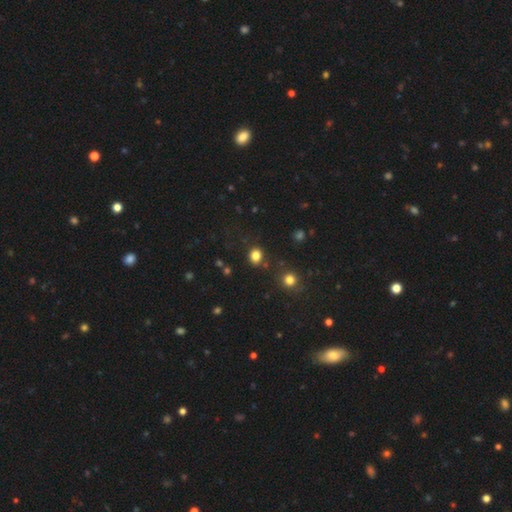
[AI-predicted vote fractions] A smooth galaxy with no disk features (81%) that is round (67%).

Vote fractions:
- Smooth or featured? smooth: 81% / star or artifact: 14% / featured or disk: 5%
- How rounded? round: 67% / in between: 32% / cigar-shaped: 1%
- Merging? none: 83% / minor disturbance: 9% / merger: 4% / major disturbance: 3%